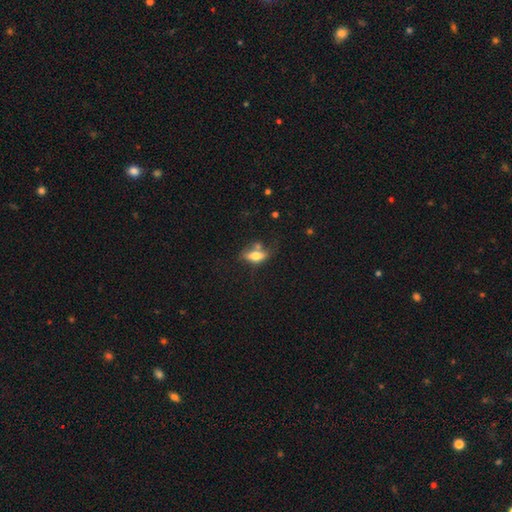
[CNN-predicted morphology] smooth_or_featured: smooth (p=0.60) [alt: featured or disk p=0.31]
how_rounded: in between (p=0.72) [alt: cigar-shaped p=0.22]
merging: none (p=0.51) [alt: minor disturbance p=0.21]